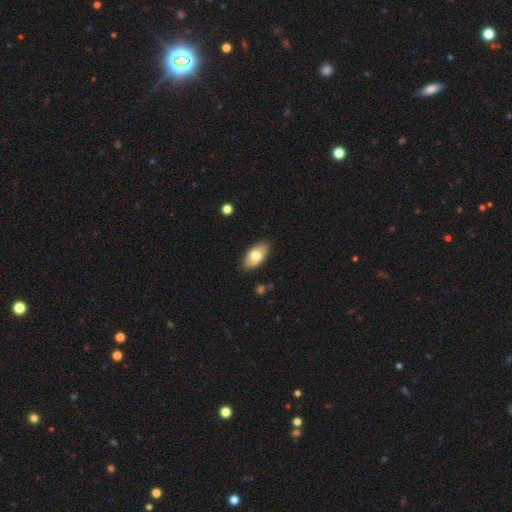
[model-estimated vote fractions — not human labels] This is likely a smooth galaxy (68%). How rounded: clearly in between (93%). Merging: likely none (78%).